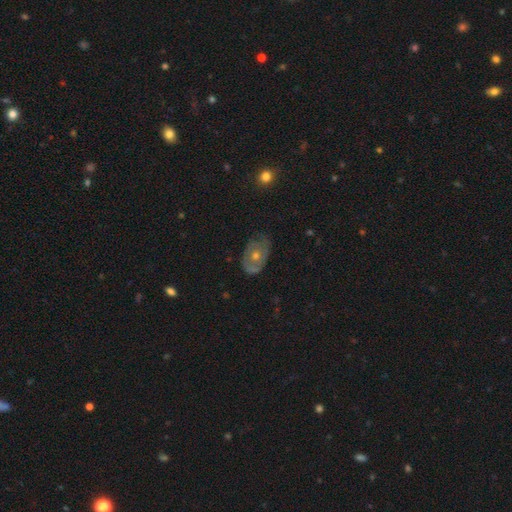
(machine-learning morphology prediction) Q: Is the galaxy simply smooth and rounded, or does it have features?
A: featured or disk — 58%.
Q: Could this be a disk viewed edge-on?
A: no — 92%.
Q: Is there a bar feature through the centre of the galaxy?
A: no — 90%.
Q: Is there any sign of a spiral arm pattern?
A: no — 54%.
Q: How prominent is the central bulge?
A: moderate — 62%.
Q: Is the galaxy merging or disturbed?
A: none — 67%.